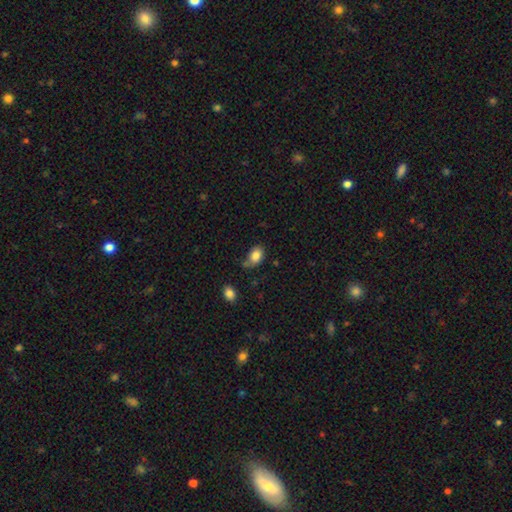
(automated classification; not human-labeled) This is clearly a smooth galaxy (84%). How rounded: clearly in between (81%). Merging: possibly none (57%).